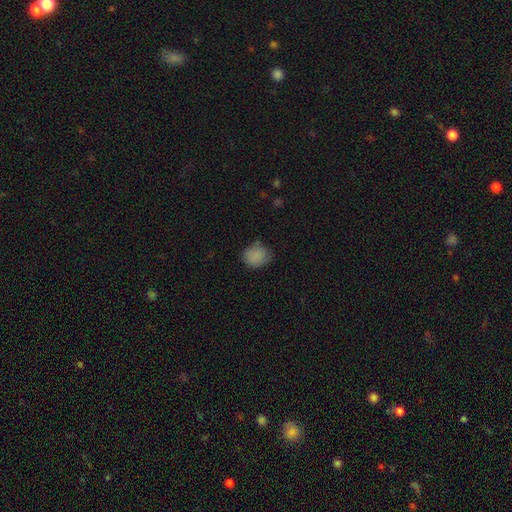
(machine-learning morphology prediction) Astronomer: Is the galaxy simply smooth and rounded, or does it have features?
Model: smooth — 85%.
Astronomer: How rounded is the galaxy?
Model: round — 63%.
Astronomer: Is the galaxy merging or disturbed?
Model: none — 67%.